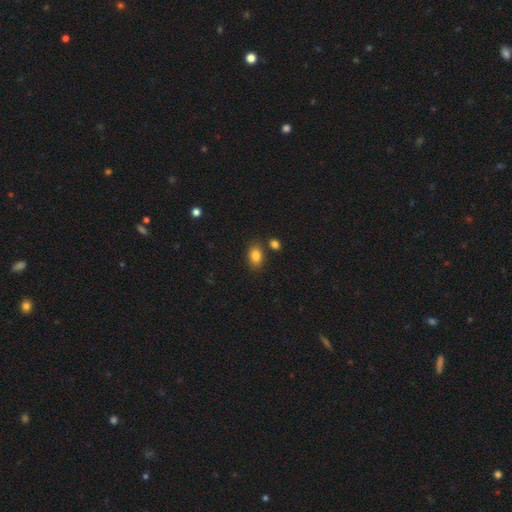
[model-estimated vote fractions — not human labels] A smooth galaxy with no disk features (84%) that is in between round and cigar-shaped (83%).

Vote fractions:
- Smooth or featured? smooth: 84% / star or artifact: 9% / featured or disk: 7%
- How rounded? in between: 83% / round: 16% / cigar-shaped: 2%
- Merging? none: 79% / minor disturbance: 11% / merger: 7% / major disturbance: 3%